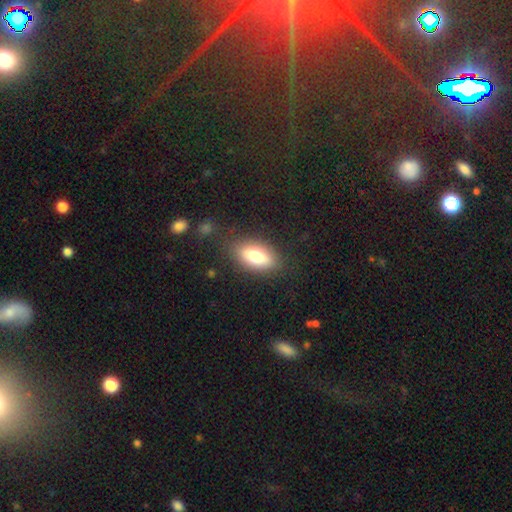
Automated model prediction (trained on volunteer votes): A smooth galaxy with no disk features (74%) that is in between round and cigar-shaped (82%). Merging: none (81%).